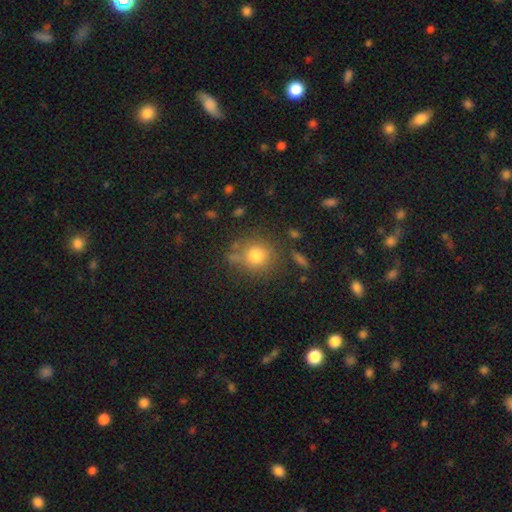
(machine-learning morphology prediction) smooth_or_featured: smooth (p=0.79) [alt: star or artifact p=0.12]
how_rounded: round (p=0.87) [alt: in between p=0.11]
merging: none (p=0.74) [alt: minor disturbance p=0.14]